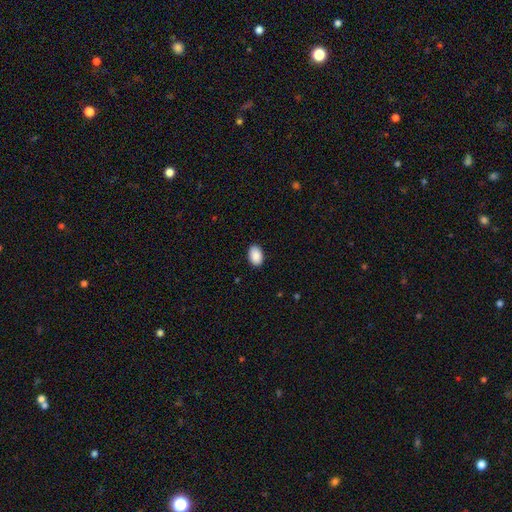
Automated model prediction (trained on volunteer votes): smooth_or_featured: smooth (p=0.91) [alt: star or artifact p=0.07]
how_rounded: in between (p=0.89) [alt: round p=0.10]
merging: none (p=0.89) [alt: minor disturbance p=0.08]